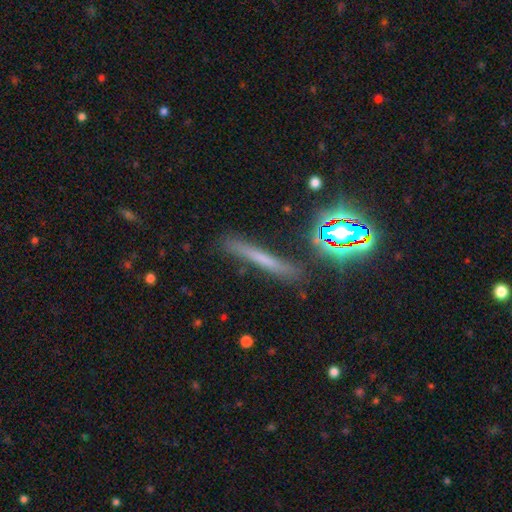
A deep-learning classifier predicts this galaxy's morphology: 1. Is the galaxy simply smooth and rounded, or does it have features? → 45% smooth, 28% featured or disk, 26% star or artifact.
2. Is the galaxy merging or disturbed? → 82% none, 12% minor disturbance, 3% major disturbance, 3% merger.